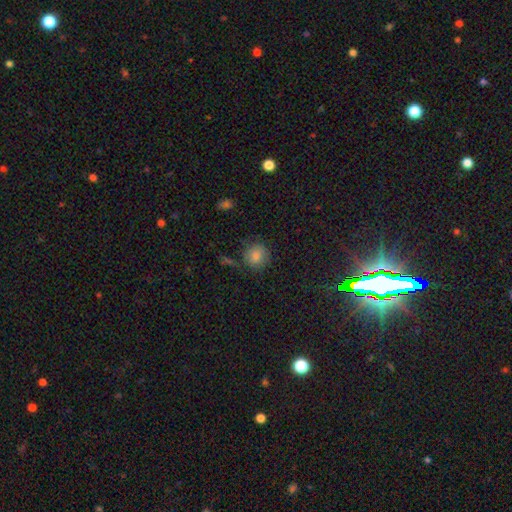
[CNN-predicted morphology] Smooth or featured? smooth (73%)
How rounded? round (90%)
Merging? none (78%)